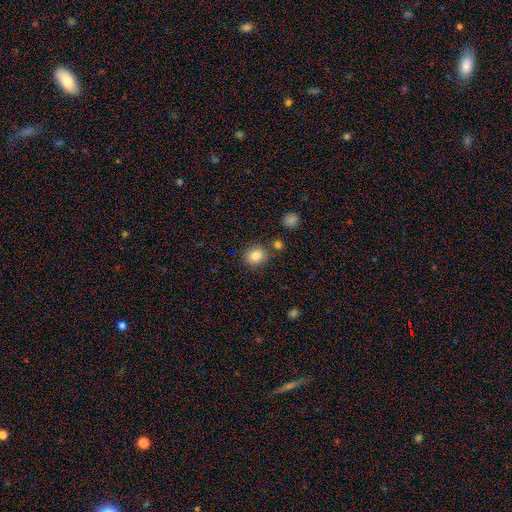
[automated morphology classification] This appears to be a smooth galaxy with no disk features (83%) that is round (72%). Merging: none (81%).